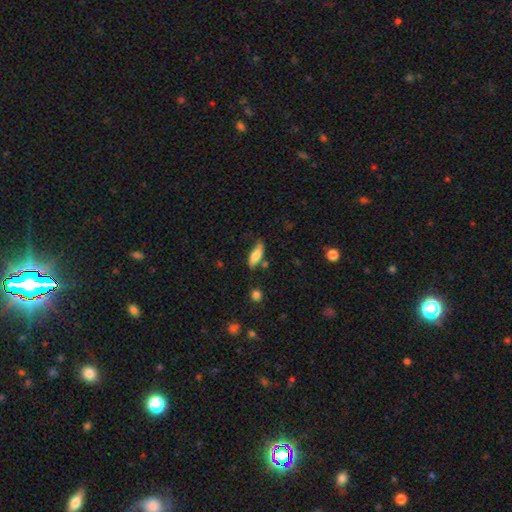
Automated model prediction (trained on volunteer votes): smooth 74%, featured or disk 20%, star or artifact 7%. Down the decision tree: how rounded — in between (66%); merging — none (61%).